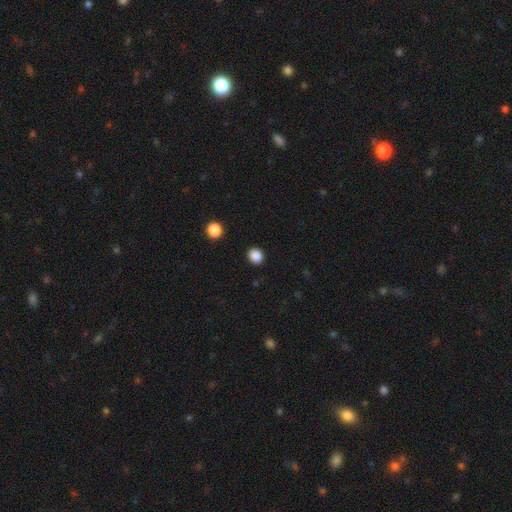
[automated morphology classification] type=smooth (87%); roundness=round (76%); merging=none (91%).